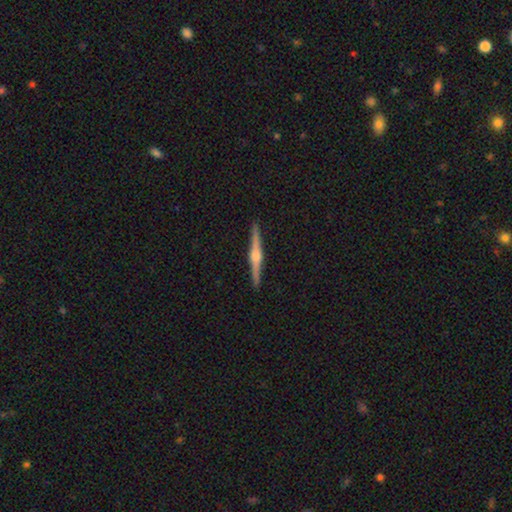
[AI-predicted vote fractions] Morphology: type=featured or disk (80%); edge-on=yes (98%); edge-on bulge=rounded (84%); merging=none (93%).